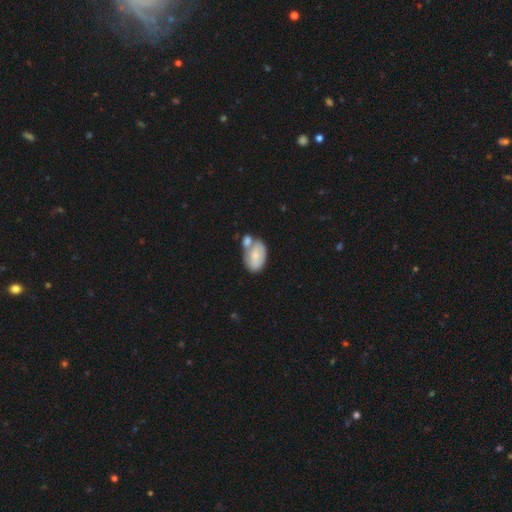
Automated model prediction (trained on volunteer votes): Smooth or featured? smooth (70%)
How rounded? in between (92%)
Merging? merger (47%)